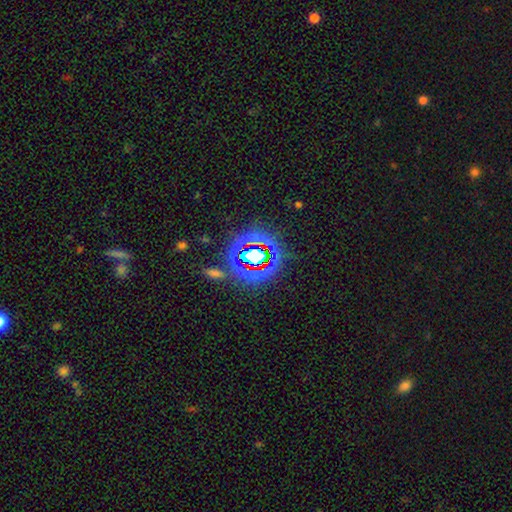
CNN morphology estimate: This is likely a star or artifact rather than a galaxy (71%).